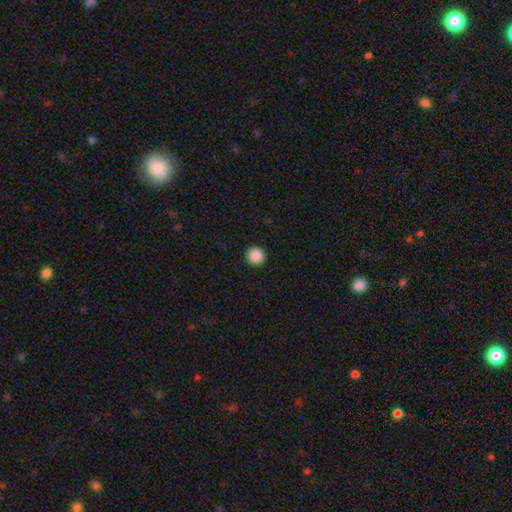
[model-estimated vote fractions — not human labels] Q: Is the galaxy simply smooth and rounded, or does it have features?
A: smooth — 89%.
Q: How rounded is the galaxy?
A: round — 95%.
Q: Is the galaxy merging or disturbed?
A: none — 93%.